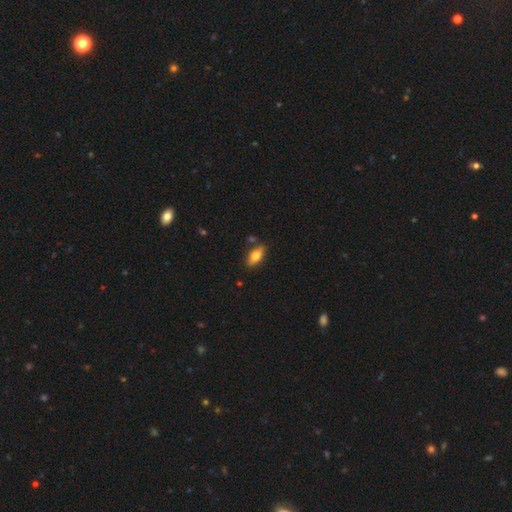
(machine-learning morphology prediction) Smooth or featured?
  - smooth: 73% *
  - featured or disk: 20%
  - star or artifact: 7%
How rounded?
  - in between: 85% *
  - cigar-shaped: 12%
  - round: 4%
Merging?
  - none: 81% *
  - minor disturbance: 13%
  - merger: 4%
  - major disturbance: 3%